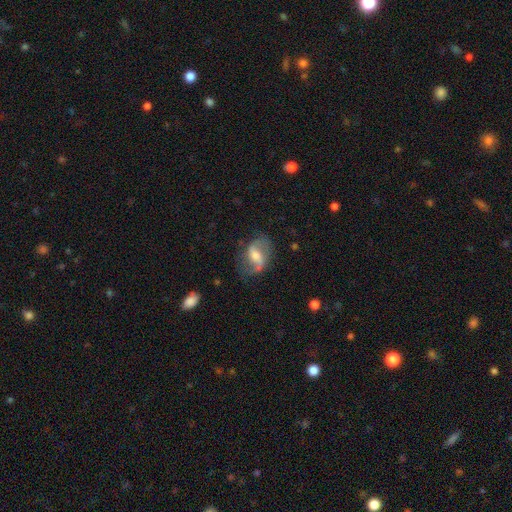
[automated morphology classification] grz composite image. It shows a featured or disk galaxy (76%) with a weak bar (48%), 2 (87%) loose (61%) spiral arms (91%) and a moderate central bulge (55%). Merging: none (70%).